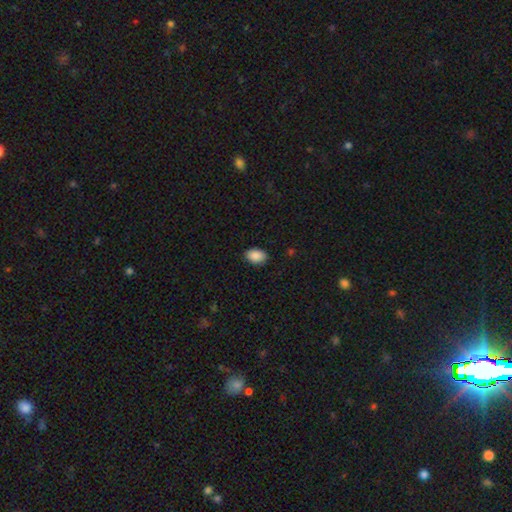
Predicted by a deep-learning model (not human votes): smooth 90%, star or artifact 7%, featured or disk 3%. Down the decision tree: how rounded — in between (85%); merging — none (86%).